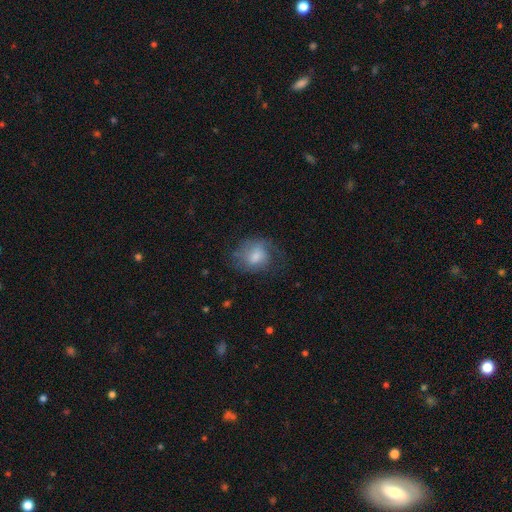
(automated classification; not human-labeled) Smooth or featured?
  - smooth: 63% *
  - featured or disk: 29%
  - star or artifact: 8%
How rounded?
  - in between: 50% *
  - round: 49%
  - cigar-shaped: 1%
Merging?
  - none: 47% *
  - minor disturbance: 28%
  - major disturbance: 24%
  - merger: 2%